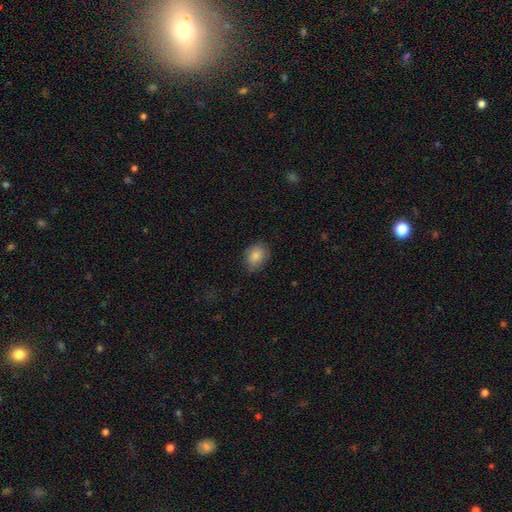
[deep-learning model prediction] Smooth or featured? Predicted: smooth (p=0.84). How rounded? Predicted: in between (p=0.67). Merging? Predicted: none (p=0.79).